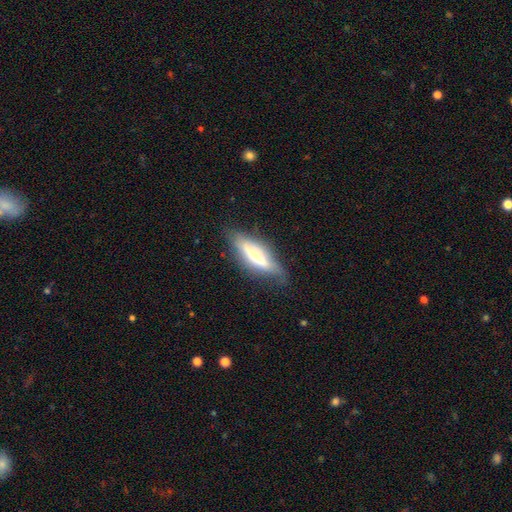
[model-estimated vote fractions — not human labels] smooth_or_featured: featured or disk (p=0.59) [alt: smooth p=0.35]
disk_edge_on: yes (p=0.79) [alt: no p=0.21]
merging: none (p=0.71) [alt: minor disturbance p=0.20]